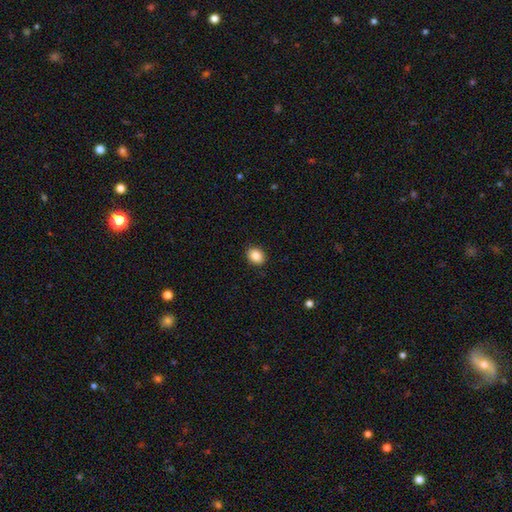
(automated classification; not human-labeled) Q: Smooth or featured?
A: smooth (87%); runner-up: star or artifact (9%)
Q: How rounded?
A: round (52%); runner-up: in between (47%)
Q: Merging?
A: none (91%); runner-up: minor disturbance (6%)